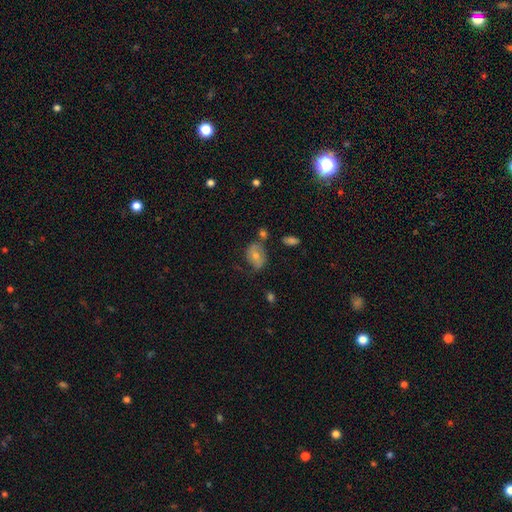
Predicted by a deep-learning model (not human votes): Smooth or featured: smooth — 61% (featured or disk — 30%)
How rounded: in between — 74% (round — 24%)
Merging: none — 52% (minor disturbance — 26%)